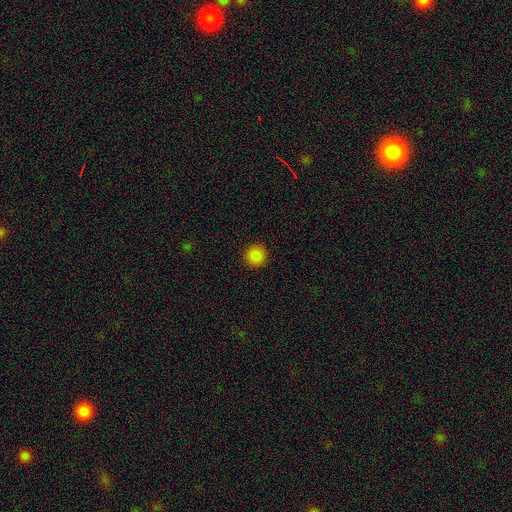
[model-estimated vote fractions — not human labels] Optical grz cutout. It shows a smooth galaxy with no disk features (86%) that is round (95%). Merging: none (93%).